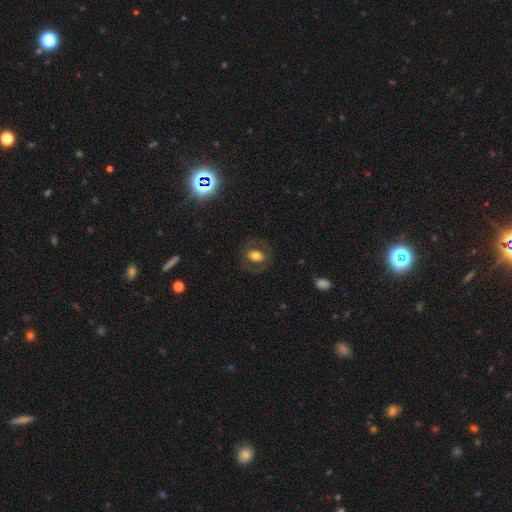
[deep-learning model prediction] Smooth or featured? smooth (63%)
How rounded? in between (65%)
Merging? none (78%)